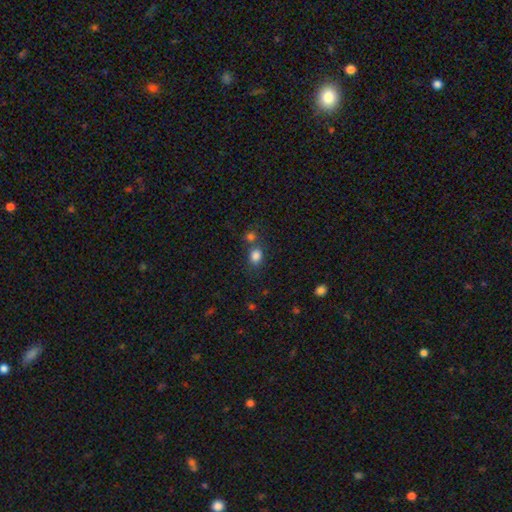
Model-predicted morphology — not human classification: This appears to be a smooth galaxy with no disk features (83%) that is in between round and cigar-shaped (51%). Merging: none (60%).